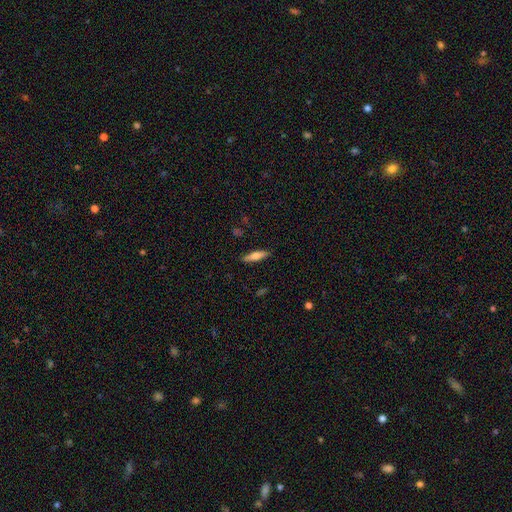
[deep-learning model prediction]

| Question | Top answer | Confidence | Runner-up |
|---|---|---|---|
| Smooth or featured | smooth | 59% | featured or disk (35%) |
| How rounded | cigar-shaped | 65% | in between (33%) |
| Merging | none | 88% | minor disturbance (9%) |